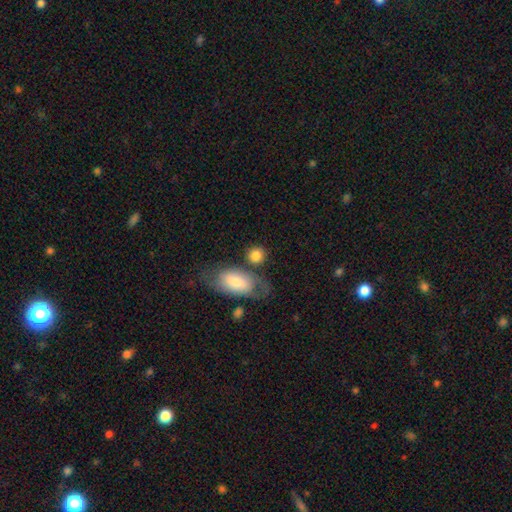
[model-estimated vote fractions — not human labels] Q: Smooth or featured?
A: smooth (83%); runner-up: featured or disk (10%)
Q: How rounded?
A: round (72%); runner-up: in between (26%)
Q: Merging?
A: none (63%); runner-up: merger (17%)